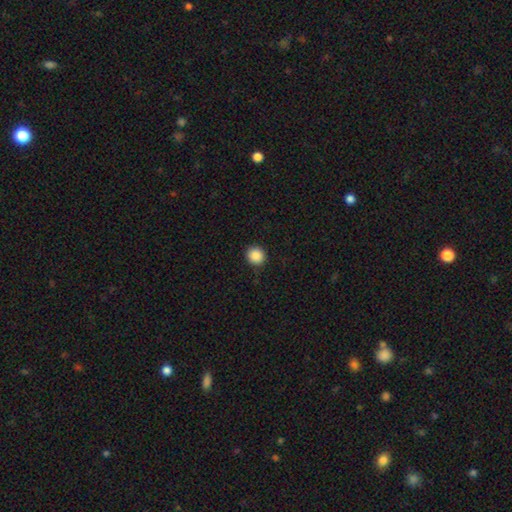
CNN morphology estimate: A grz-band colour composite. It shows a smooth galaxy with no disk features (88%) that is round (90%). Merging: none (91%).